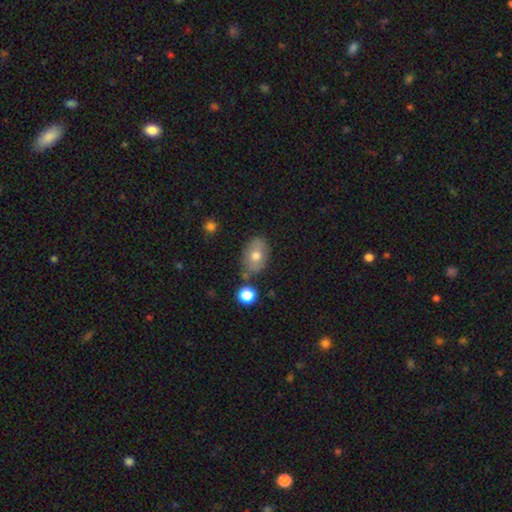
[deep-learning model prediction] smooth 70%, featured or disk 21%, star or artifact 9%. Down the decision tree: how rounded — in between (82%); merging — none (73%).